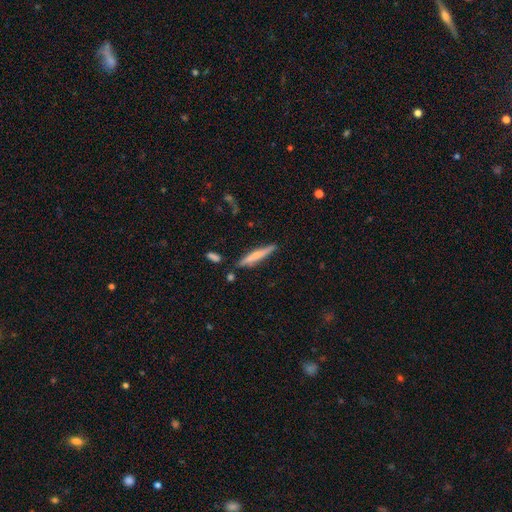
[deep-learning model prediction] Overall: smooth (53%; featured or disk 41%). How rounded: cigar-shaped (92%). Merging: none (81%).